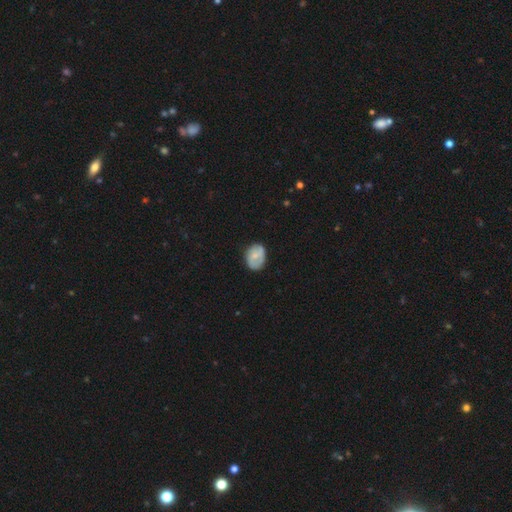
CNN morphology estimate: Smooth or featured?
  - smooth: 55% *
  - featured or disk: 38%
  - star or artifact: 7%
How rounded?
  - in between: 70% *
  - round: 29%
  - cigar-shaped: 1%
Merging?
  - none: 70% *
  - minor disturbance: 23%
  - major disturbance: 6%
  - merger: 2%